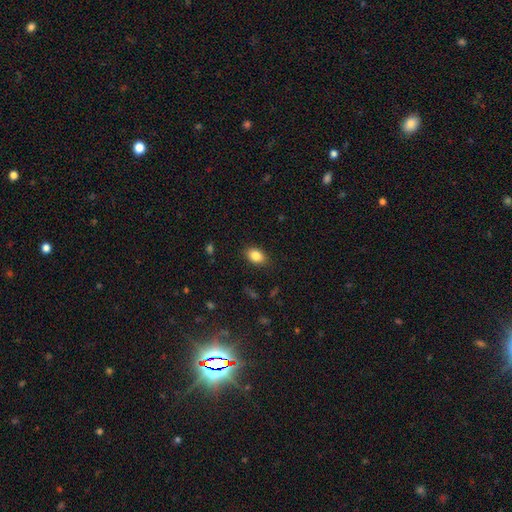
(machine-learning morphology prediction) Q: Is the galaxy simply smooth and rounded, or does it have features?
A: smooth — 84%.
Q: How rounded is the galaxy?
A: in between — 81%.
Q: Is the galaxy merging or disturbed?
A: none — 86%.